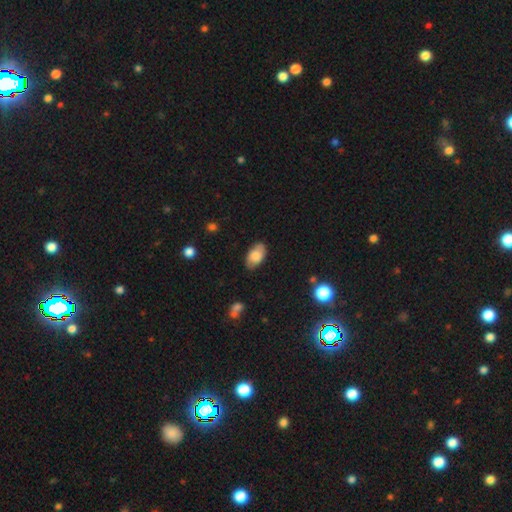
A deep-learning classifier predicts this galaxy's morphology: The model was most divided on "smooth or featured": smooth: 73%, featured or disk: 20%, star or artifact: 7%. More confident: how rounded — in between (93%); merging — none (78%).